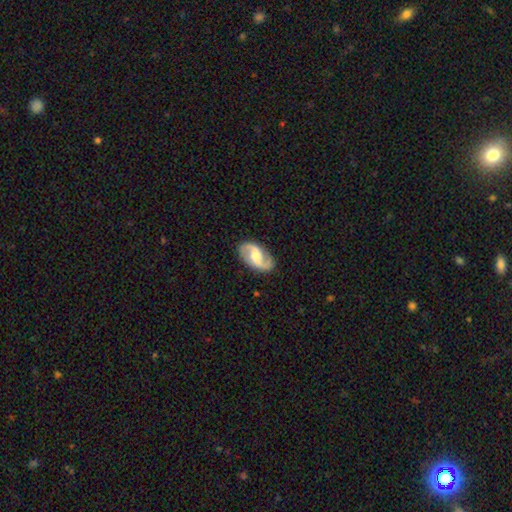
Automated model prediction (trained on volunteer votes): Smooth or featured? Predicted: featured or disk (p=0.85). Edge-on disk? Predicted: no (p=0.97). Bar? Predicted: weak (p=0.49). Spiral arms? Predicted: yes (p=0.95). Spiral winding? Predicted: loose (p=0.44). Spiral arm count? Predicted: 2 (p=0.93). Bulge size? Predicted: moderate (p=0.58). Merging? Predicted: none (p=0.85).